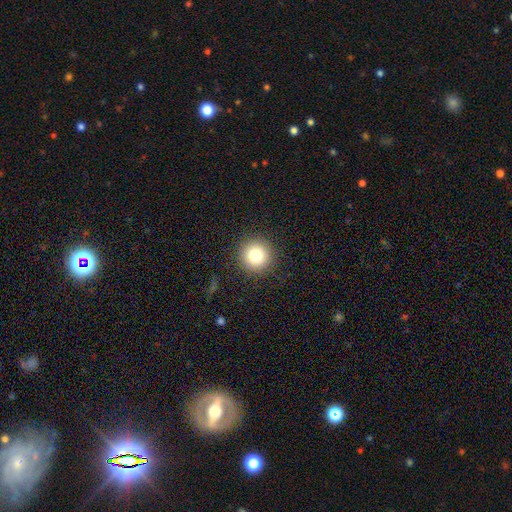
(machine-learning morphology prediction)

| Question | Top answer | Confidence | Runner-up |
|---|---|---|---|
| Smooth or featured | smooth | 81% | star or artifact (11%) |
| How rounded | round | 95% | in between (4%) |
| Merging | none | 91% | minor disturbance (6%) |